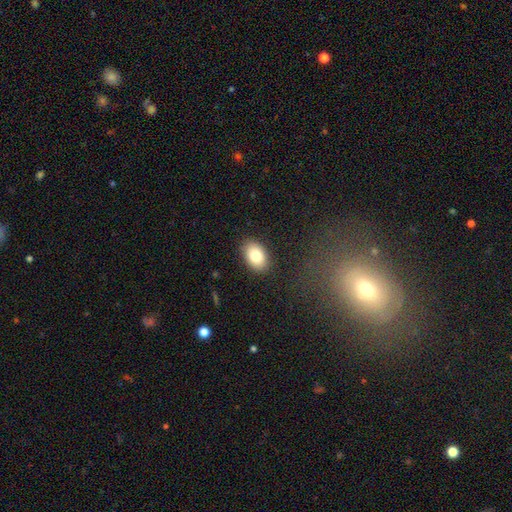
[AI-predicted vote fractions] A smooth galaxy with no disk features (83%) that is in between round and cigar-shaped (87%).

Vote fractions:
- Smooth or featured? smooth: 83% / featured or disk: 9% / star or artifact: 8%
- How rounded? in between: 87% / round: 12% / cigar-shaped: 1%
- Merging? none: 88% / minor disturbance: 9% / major disturbance: 2% / merger: 1%